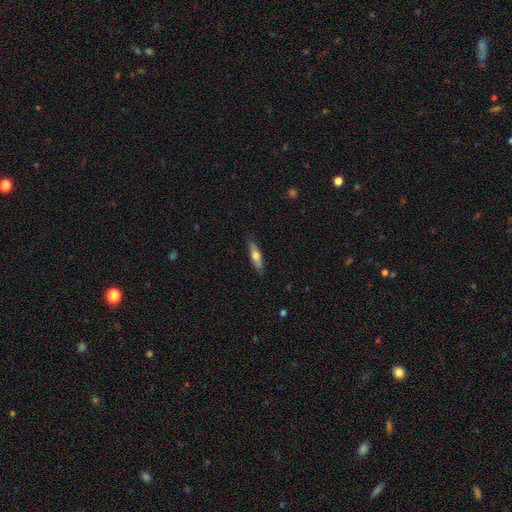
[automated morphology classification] This appears to be a smooth galaxy with no disk features (60%) that is cigar-shaped (71%). Merging: none (85%).